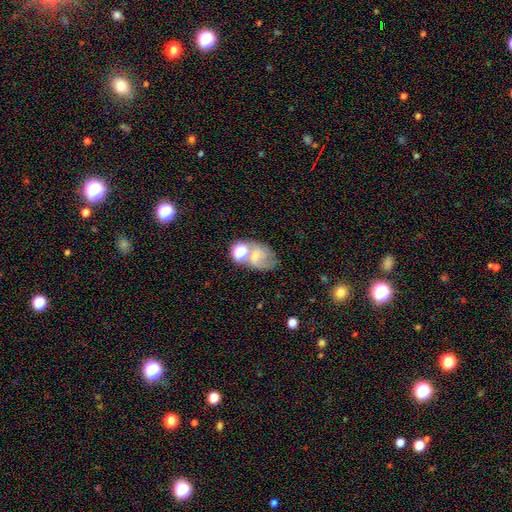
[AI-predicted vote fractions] Smooth or featured: smooth — 47% (featured or disk — 36%)
Merging: none — 40% (merger — 27%)